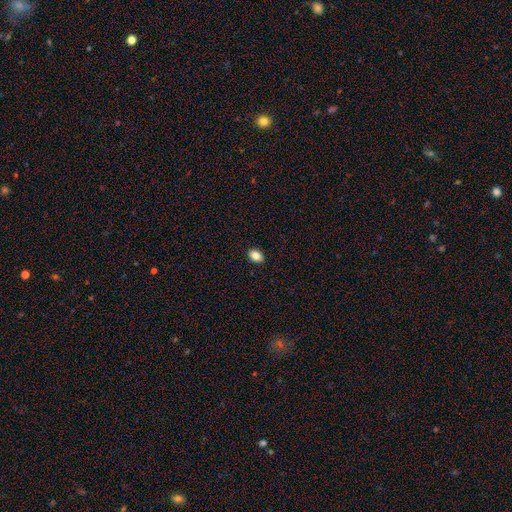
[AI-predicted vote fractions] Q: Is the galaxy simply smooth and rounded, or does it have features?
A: smooth — 85%.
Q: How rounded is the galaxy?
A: in between — 75%.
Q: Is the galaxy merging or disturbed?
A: none — 91%.